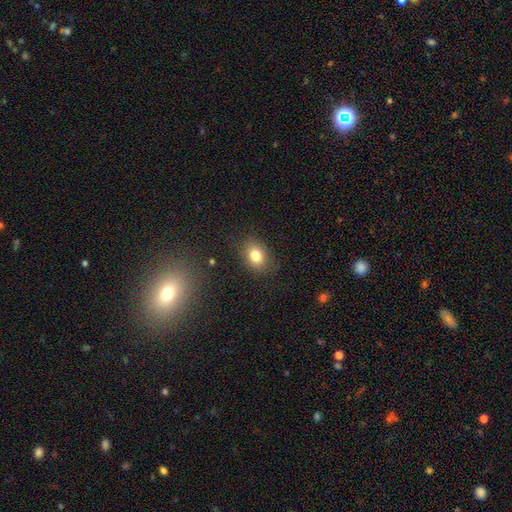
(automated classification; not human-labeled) A smooth galaxy with no disk features (80%) that is in between round and cigar-shaped (68%).

Vote fractions:
- Smooth or featured? smooth: 80% / star or artifact: 11% / featured or disk: 10%
- How rounded? in between: 68% / round: 31% / cigar-shaped: 1%
- Merging? none: 83% / minor disturbance: 12% / major disturbance: 4% / merger: 1%